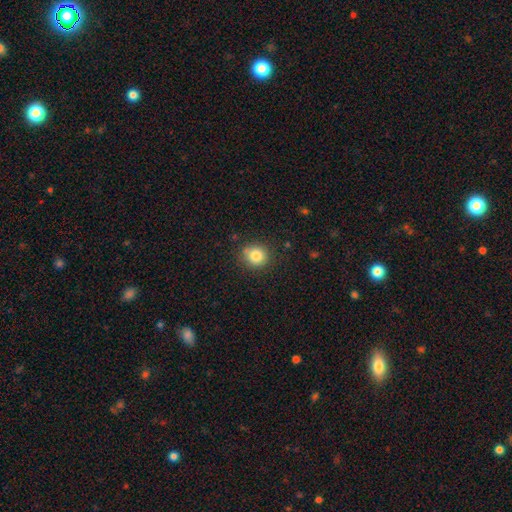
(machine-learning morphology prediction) Overall: smooth (83%). How rounded: round (85%). Merging: none (82%).